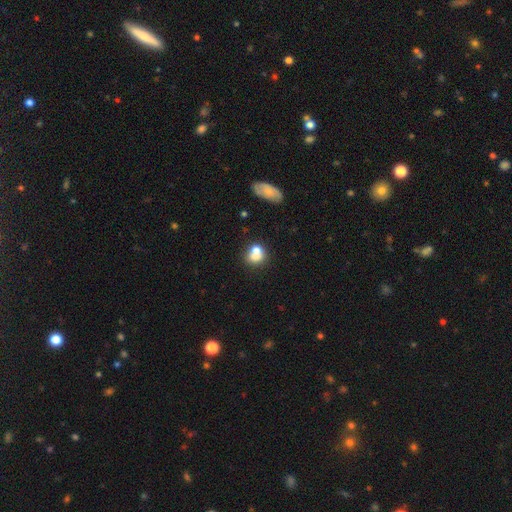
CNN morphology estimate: smooth-or-featured: smooth: 68% | featured or disk: 21% | star or artifact: 11%
  how-rounded: round: 69% | in between: 30% | cigar-shaped: 1%
  merging: merger: 52% | none: 34% | minor disturbance: 9% | major disturbance: 5%